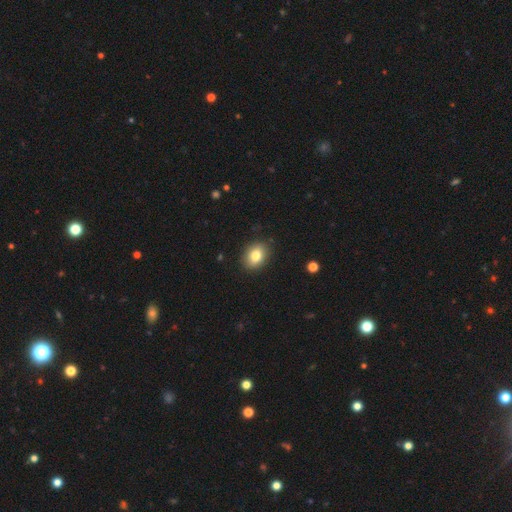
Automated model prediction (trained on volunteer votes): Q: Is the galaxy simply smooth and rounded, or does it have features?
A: smooth — 81%.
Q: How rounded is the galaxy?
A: in between — 64%.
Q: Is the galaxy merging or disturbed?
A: none — 88%.